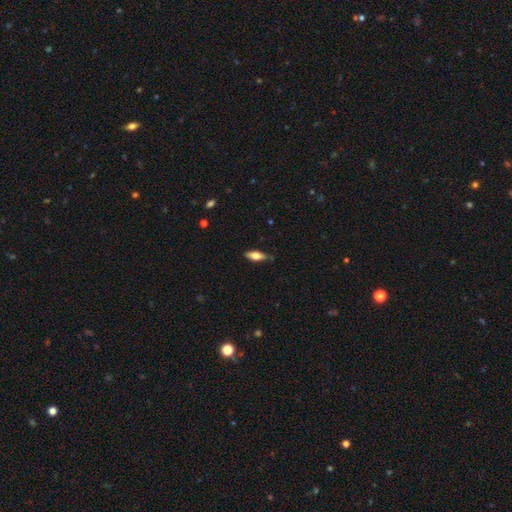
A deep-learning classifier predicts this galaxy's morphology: smooth-or-featured: smooth: 63% | featured or disk: 30% | star or artifact: 7%
  how-rounded: in between: 66% | cigar-shaped: 31% | round: 2%
  merging: none: 78% | minor disturbance: 17% | major disturbance: 3% | merger: 2%